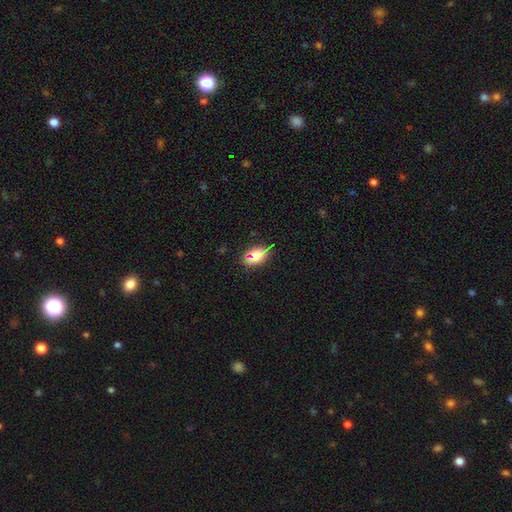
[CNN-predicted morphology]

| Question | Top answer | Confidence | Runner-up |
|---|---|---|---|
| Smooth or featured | smooth | 63% | featured or disk (23%) |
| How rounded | in between | 81% | round (11%) |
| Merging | none | 71% | minor disturbance (20%) |